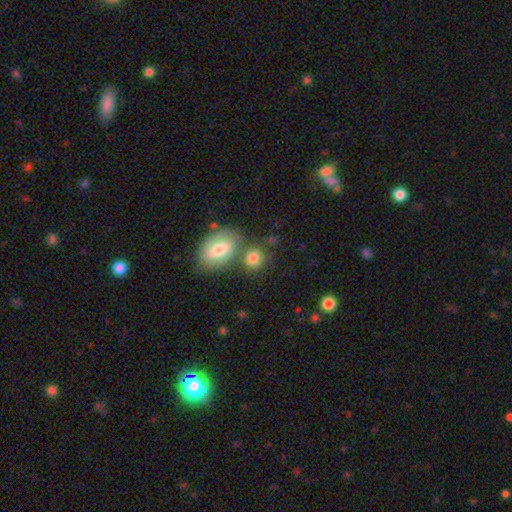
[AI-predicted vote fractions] smooth 80%, featured or disk 10%, star or artifact 10%. Down the decision tree: how rounded — round (66%); merging — none (61%).